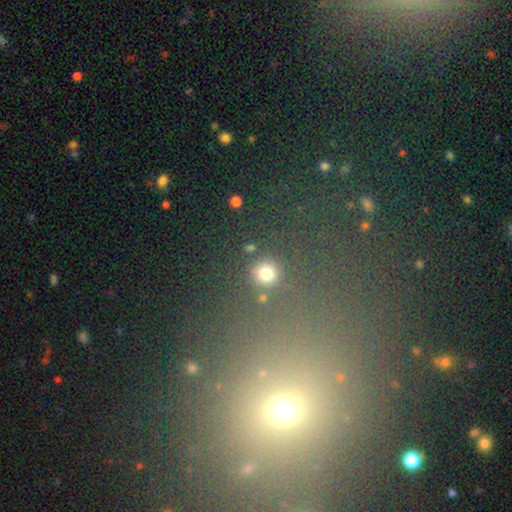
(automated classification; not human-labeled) smooth-or-featured: star or artifact: 55% | smooth: 35% | featured or disk: 10%